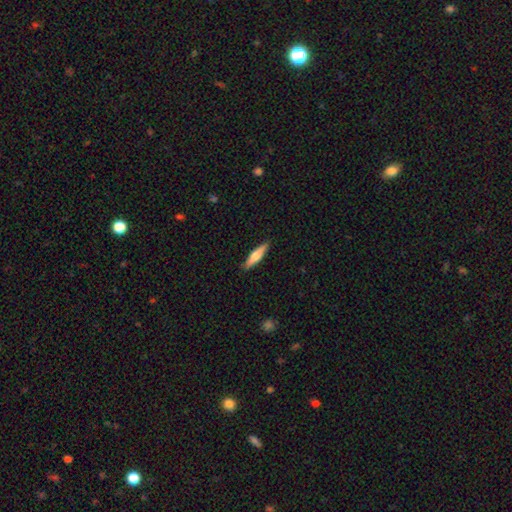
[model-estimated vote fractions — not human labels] Overall: smooth (54%; featured or disk 40%). How rounded: cigar-shaped (76%). Merging: none (89%).